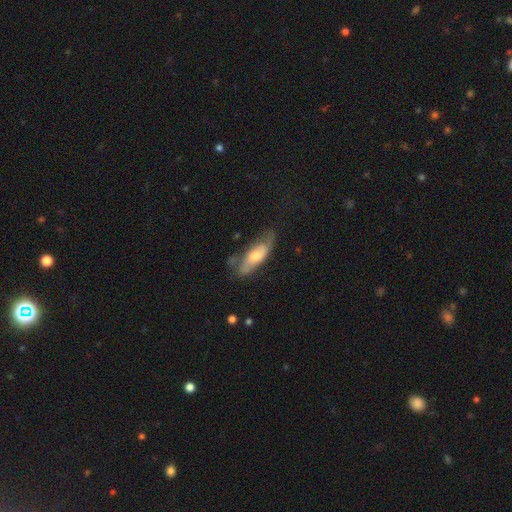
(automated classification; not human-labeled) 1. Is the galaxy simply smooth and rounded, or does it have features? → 55% featured or disk, 38% smooth, 8% star or artifact.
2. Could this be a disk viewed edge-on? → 67% no, 33% yes.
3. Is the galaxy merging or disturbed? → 60% none, 25% minor disturbance, 11% major disturbance, 4% merger.